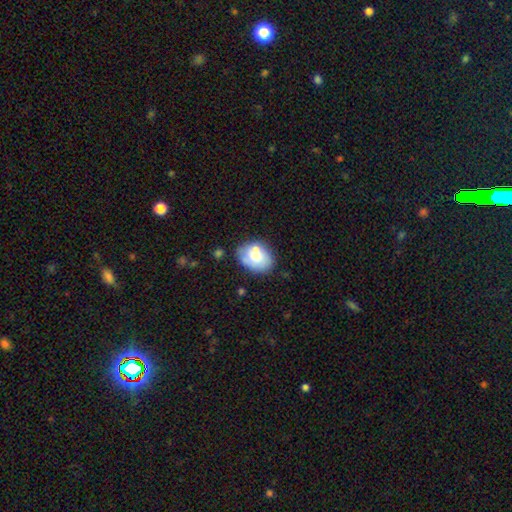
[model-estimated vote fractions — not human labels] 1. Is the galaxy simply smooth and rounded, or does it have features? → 68% smooth, 24% featured or disk, 8% star or artifact.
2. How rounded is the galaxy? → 69% in between, 30% round, 1% cigar-shaped.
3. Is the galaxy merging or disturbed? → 57% none, 22% minor disturbance, 15% merger, 7% major disturbance.